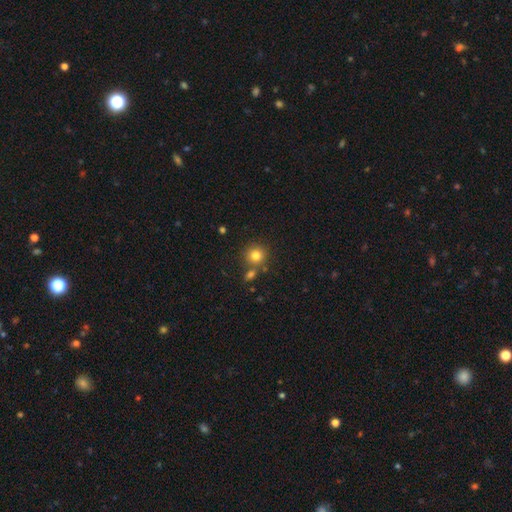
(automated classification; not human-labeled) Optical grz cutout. It shows a smooth galaxy with no disk features (80%) that is round (91%). Merging: none (71%).